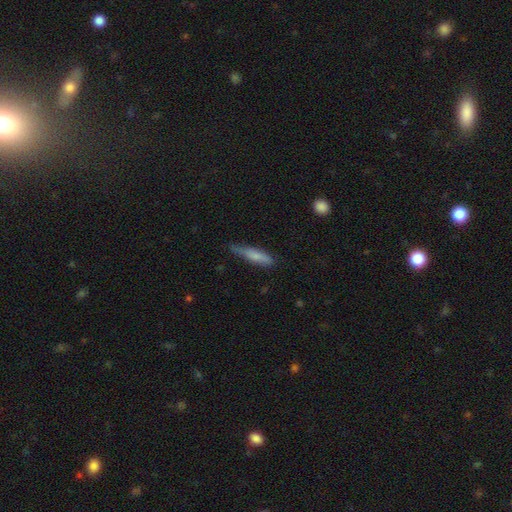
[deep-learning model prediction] Q: Smooth or featured?
A: smooth (73%); runner-up: featured or disk (21%)
Q: How rounded?
A: cigar-shaped (81%); runner-up: in between (17%)
Q: Merging?
A: none (55%); runner-up: minor disturbance (35%)